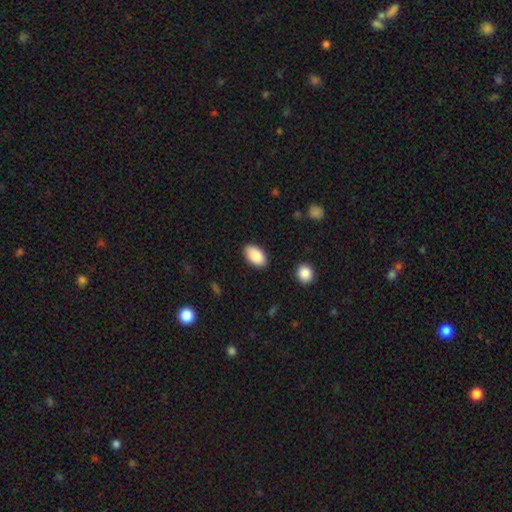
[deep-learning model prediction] Q: Smooth or featured?
A: smooth (89%); runner-up: star or artifact (6%)
Q: How rounded?
A: in between (94%); runner-up: round (4%)
Q: Merging?
A: none (87%); runner-up: minor disturbance (10%)